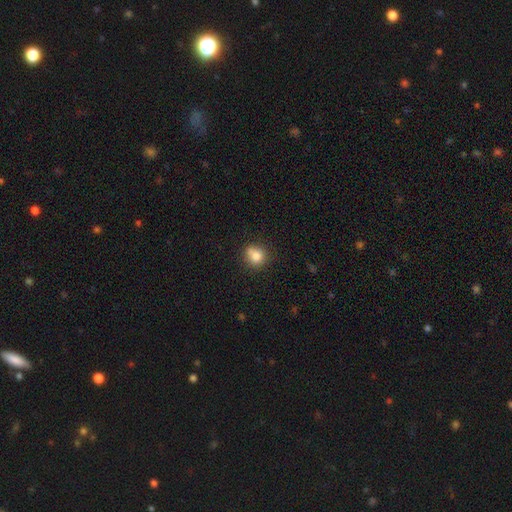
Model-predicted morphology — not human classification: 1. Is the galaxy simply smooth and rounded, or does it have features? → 79% smooth, 11% star or artifact, 11% featured or disk.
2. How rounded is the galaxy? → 81% round, 18% in between, 1% cigar-shaped.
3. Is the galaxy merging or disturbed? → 60% none, 19% minor disturbance, 16% merger, 5% major disturbance.